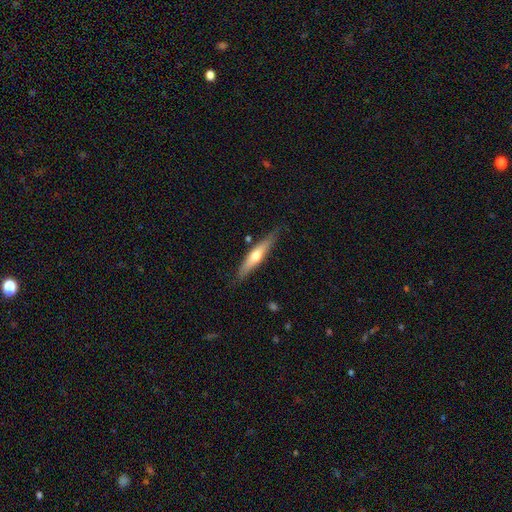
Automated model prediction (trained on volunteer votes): A featured or disk galaxy (48%).

Vote fractions:
- Smooth or featured? featured or disk: 48% / smooth: 46% / star or artifact: 5%
- Merging? none: 80% / minor disturbance: 14% / major disturbance: 3% / merger: 3%